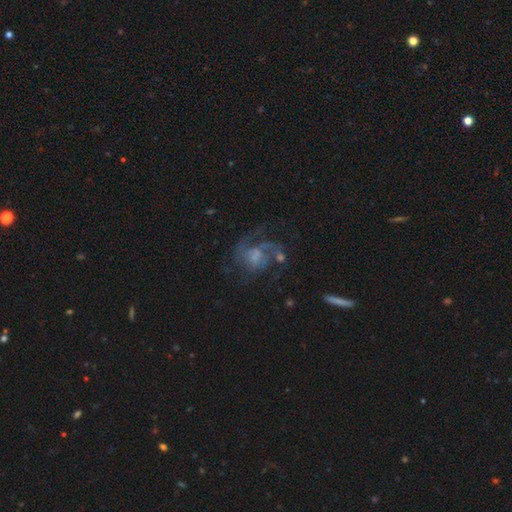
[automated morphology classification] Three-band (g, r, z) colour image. It shows a featured or disk galaxy (77%) with no bar (58%), 2 (37%) medium (47%) spiral arms (88%) and no central bulge (34%). Merging: none (45%).